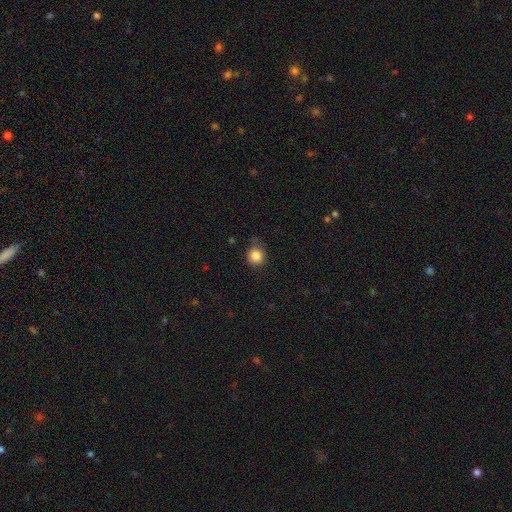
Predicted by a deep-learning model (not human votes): Smooth or featured? Predicted: smooth (p=0.84). How rounded? Predicted: round (p=0.83). Merging? Predicted: none (p=0.66).